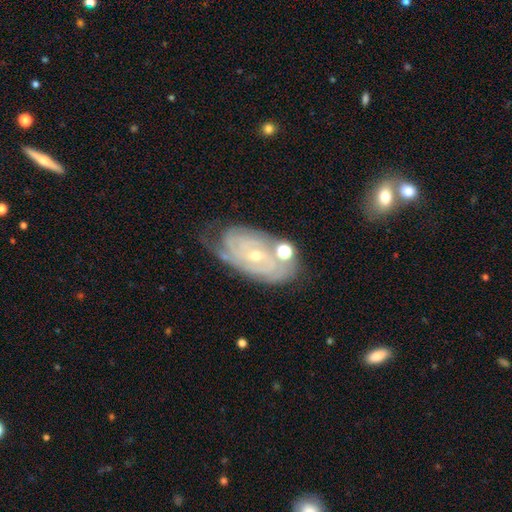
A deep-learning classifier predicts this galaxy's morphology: Smooth or featured? featured or disk (84%)
Edge-on disk? no (95%)
Bar? no (70%)
Spiral arms? yes (95%)
Spiral winding? tight (79%)
Spiral arm count? can't tell (40%)
Bulge size? small (69%)
Merging? none (58%)